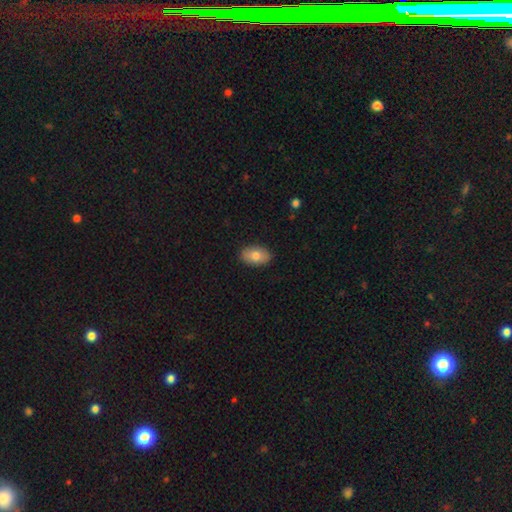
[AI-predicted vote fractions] Smooth or featured?
  - smooth: 77% *
  - featured or disk: 16%
  - star or artifact: 7%
How rounded?
  - in between: 90% *
  - round: 8%
  - cigar-shaped: 1%
Merging?
  - none: 88% *
  - minor disturbance: 9%
  - major disturbance: 2%
  - merger: 1%